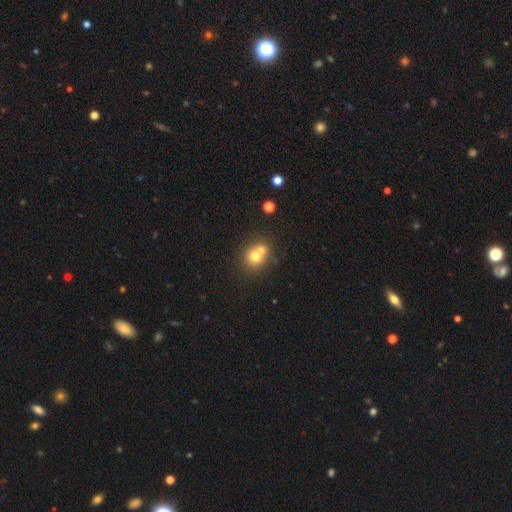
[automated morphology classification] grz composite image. It shows a smooth galaxy with no disk features (71%) that is round (77%). Merging: merger (51%).